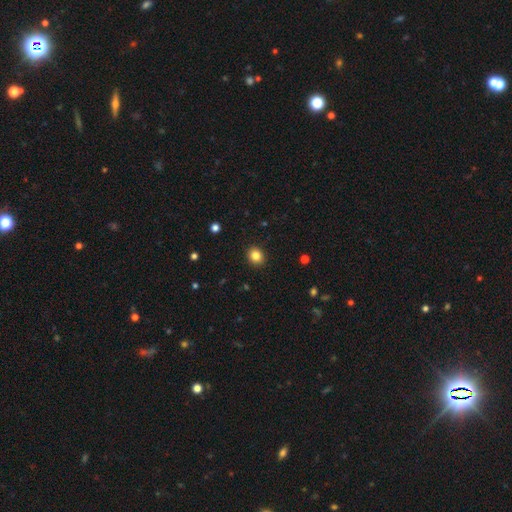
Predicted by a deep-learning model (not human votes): A smooth galaxy with no disk features (84%) that is round (70%).

Vote fractions:
- Smooth or featured? smooth: 84% / star or artifact: 11% / featured or disk: 5%
- How rounded? round: 70% / in between: 30% / cigar-shaped: 1%
- Merging? none: 91% / minor disturbance: 6% / major disturbance: 2% / merger: 1%